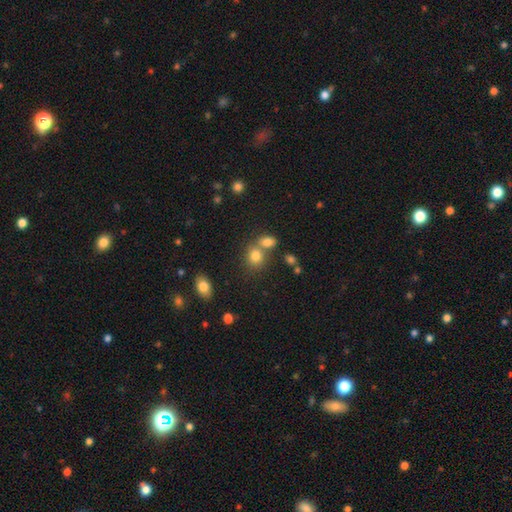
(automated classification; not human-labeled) Q: Smooth or featured?
A: smooth (80%); runner-up: star or artifact (13%)
Q: How rounded?
A: round (62%); runner-up: in between (37%)
Q: Merging?
A: none (52%); runner-up: merger (35%)